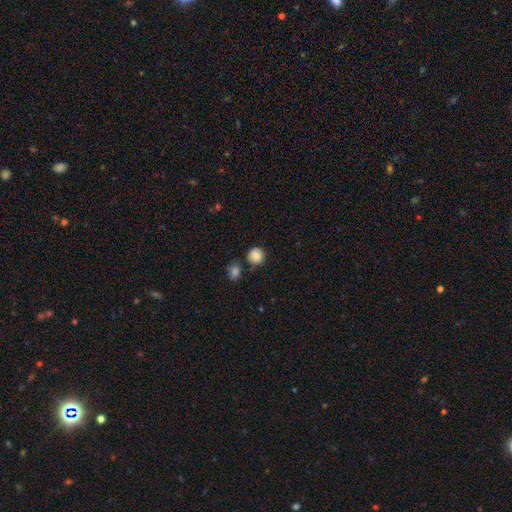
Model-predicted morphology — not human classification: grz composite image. It shows a smooth galaxy with no disk features (82%) that is round (91%). Merging: none (80%).